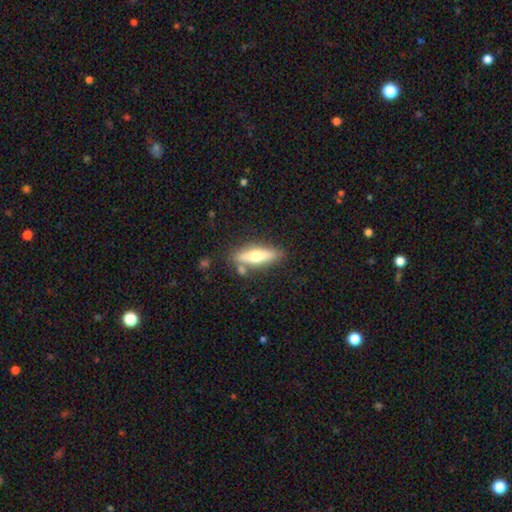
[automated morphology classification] smooth 55%, featured or disk 39%, star or artifact 6%. Down the decision tree: how rounded — cigar-shaped (60%); merging — none (77%).